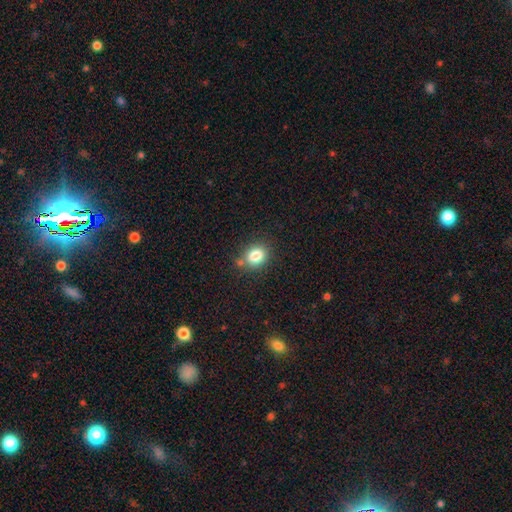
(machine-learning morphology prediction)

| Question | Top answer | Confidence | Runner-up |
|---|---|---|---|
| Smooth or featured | smooth | 83% | star or artifact (11%) |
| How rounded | round | 55% | in between (44%) |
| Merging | none | 75% | minor disturbance (13%) |